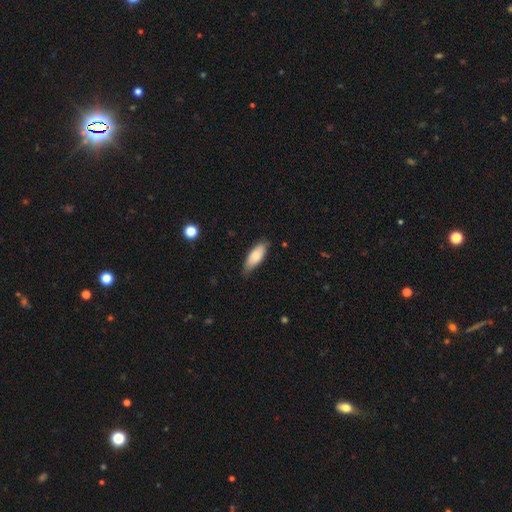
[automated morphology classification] smooth-or-featured: smooth: 78% | featured or disk: 16% | star or artifact: 6%
  how-rounded: in between: 75% | cigar-shaped: 23% | round: 2%
  merging: none: 70% | minor disturbance: 25% | major disturbance: 4% | merger: 1%